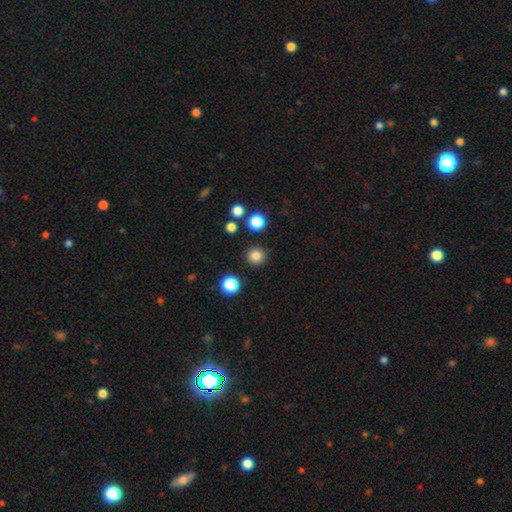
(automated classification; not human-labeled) A smooth galaxy with no disk features (83%) that is round (94%).

Vote fractions:
- Smooth or featured? smooth: 83% / star or artifact: 13% / featured or disk: 4%
- How rounded? round: 94% / in between: 5% / cigar-shaped: 1%
- Merging? none: 90% / minor disturbance: 6% / major disturbance: 2% / merger: 2%